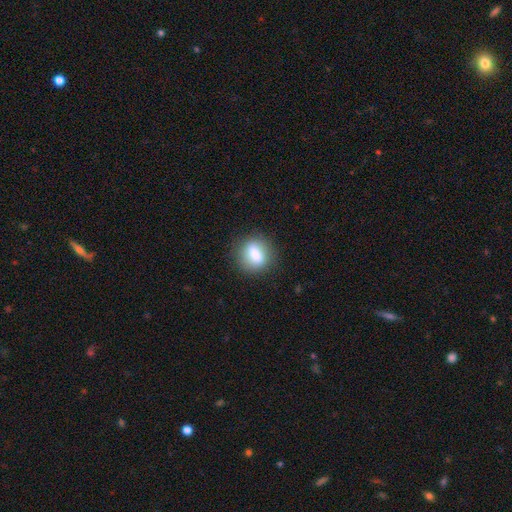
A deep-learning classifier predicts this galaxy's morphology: Smooth or featured? Predicted: smooth (p=0.76). How rounded? Predicted: round (p=0.51). Merging? Predicted: none (p=0.81).